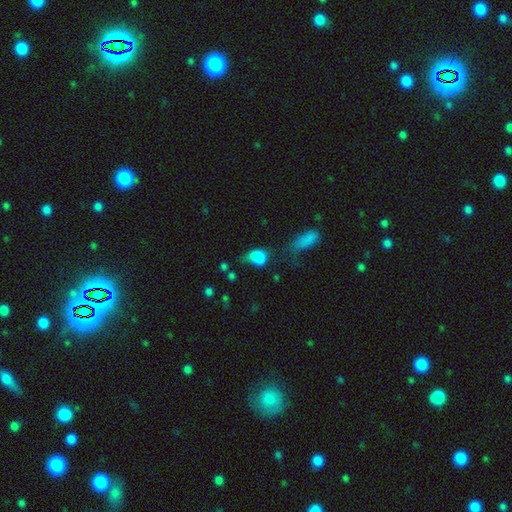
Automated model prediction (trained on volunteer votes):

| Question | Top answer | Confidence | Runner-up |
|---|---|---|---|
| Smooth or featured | smooth | 79% | featured or disk (11%) |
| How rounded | in between | 61% | round (37%) |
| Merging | minor disturbance | 33% | none (29%) |